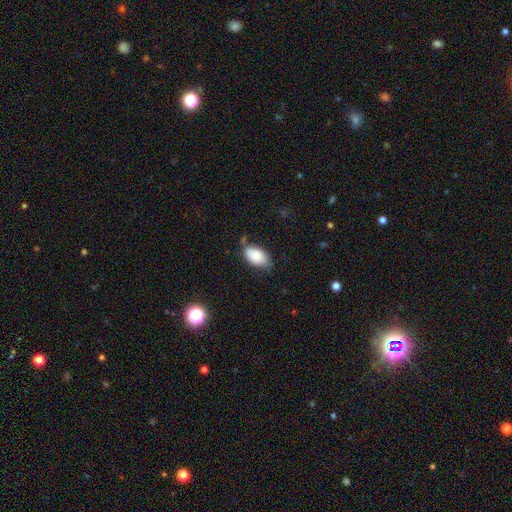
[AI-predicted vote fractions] Smooth or featured: smooth — 83% (featured or disk — 10%)
How rounded: in between — 94% (round — 4%)
Merging: none — 67% (minor disturbance — 24%)